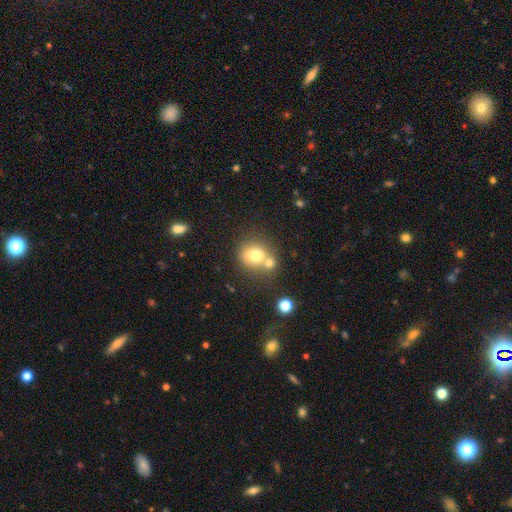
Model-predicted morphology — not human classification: type=smooth (71%); roundness=round (77%); merging=none (46%).